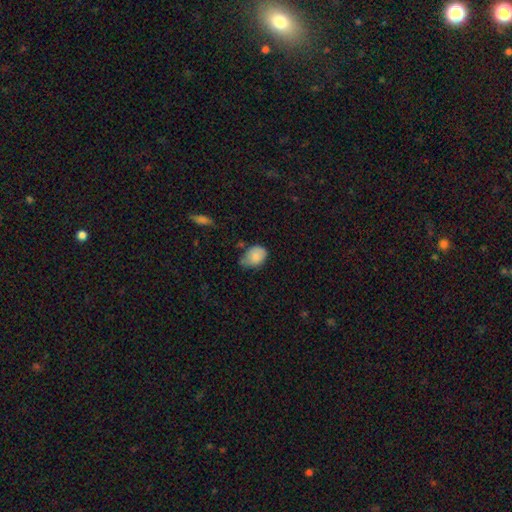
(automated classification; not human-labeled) Q: Smooth or featured?
A: smooth (82%); runner-up: featured or disk (10%)
Q: How rounded?
A: in between (74%); runner-up: round (25%)
Q: Merging?
A: minor disturbance (45%); runner-up: none (41%)